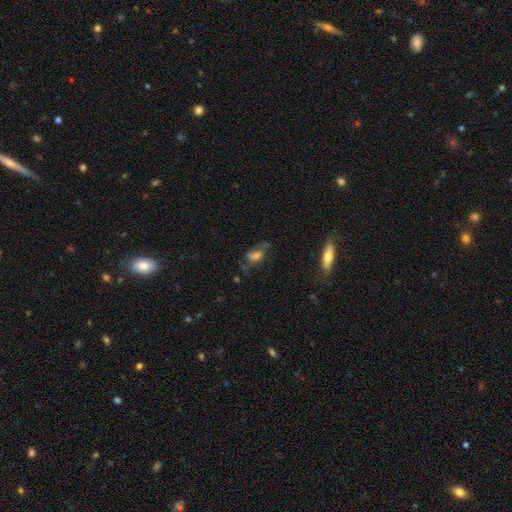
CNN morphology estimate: type=featured or disk (49%); merging=none (46%).